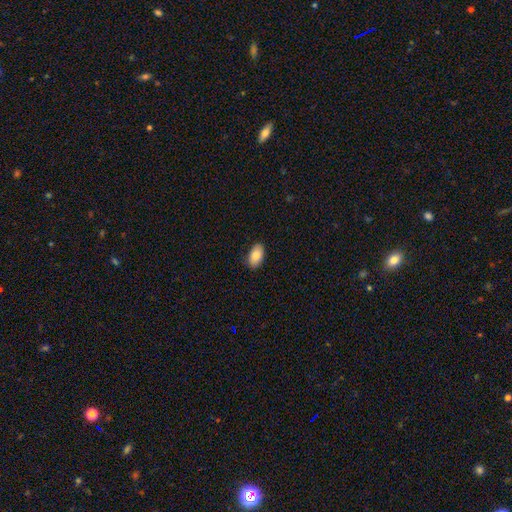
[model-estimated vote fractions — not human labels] smooth-or-featured: smooth: 86% | featured or disk: 7% | star or artifact: 7%
  how-rounded: in between: 94% | round: 4% | cigar-shaped: 2%
  merging: none: 87% | minor disturbance: 10% | major disturbance: 2% | merger: 1%